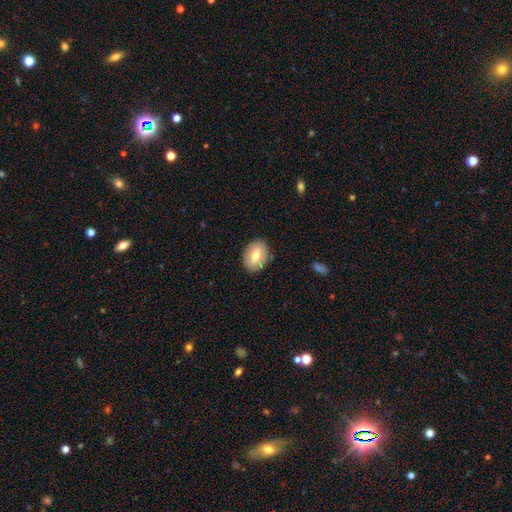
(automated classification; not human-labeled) Smooth or featured: smooth — 68% (featured or disk — 25%)
How rounded: in between — 73% (round — 26%)
Merging: none — 86% (minor disturbance — 10%)